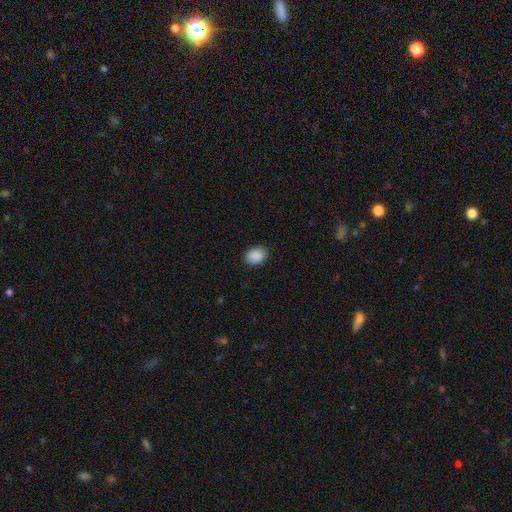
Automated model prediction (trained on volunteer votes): Smooth or featured? Predicted: smooth (p=0.90). How rounded? Predicted: in between (p=0.63). Merging? Predicted: none (p=0.87).